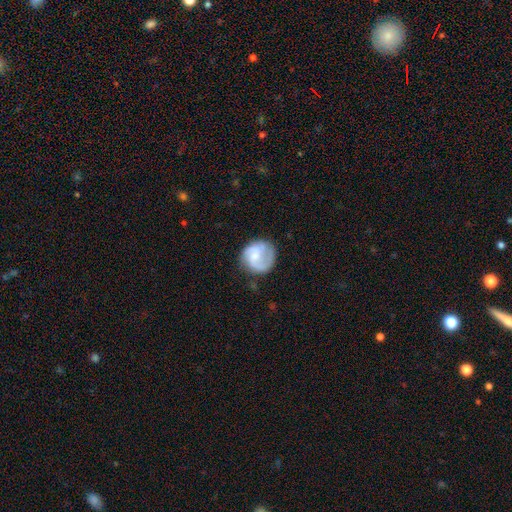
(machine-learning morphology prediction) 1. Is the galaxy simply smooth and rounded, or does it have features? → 70% featured or disk, 25% smooth, 6% star or artifact.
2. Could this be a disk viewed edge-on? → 98% no, 2% yes.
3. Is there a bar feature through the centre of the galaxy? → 54% no, 39% weak, 7% strong.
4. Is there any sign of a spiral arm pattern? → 91% yes, 9% no.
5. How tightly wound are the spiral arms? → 47% medium, 28% tight, 25% loose.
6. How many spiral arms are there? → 66% 2, 11% can't tell, 10% 1, 9% 3, 2% 4, 2% more than 4.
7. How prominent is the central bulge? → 50% small, 33% moderate, 13% none, 3% large, 1% dominant.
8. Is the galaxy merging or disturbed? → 67% none, 20% minor disturbance, 11% major disturbance, 2% merger.